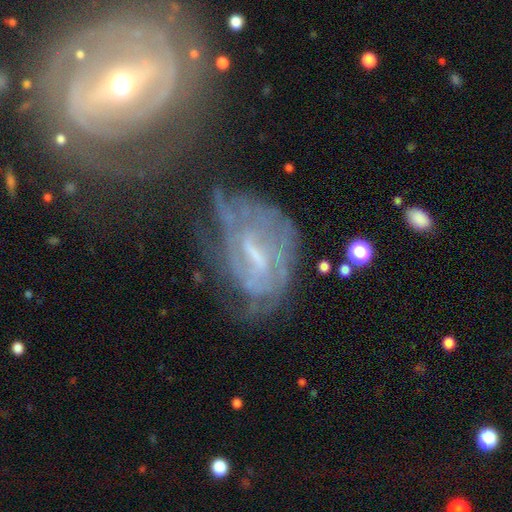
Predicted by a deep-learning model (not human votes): This appears to be a featured or disk galaxy (74%) with a weak bar (50%), spiral arms (70%) and a small central bulge (40%). Merging: none (38%).